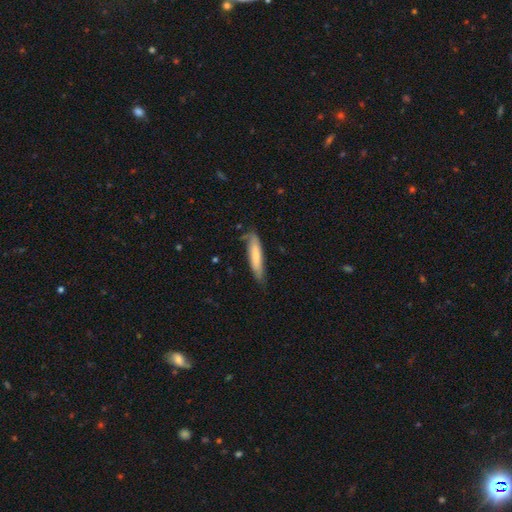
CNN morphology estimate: Overall: smooth (67%). How rounded: cigar-shaped (80%). Merging: none (63%; minor disturbance 28%).